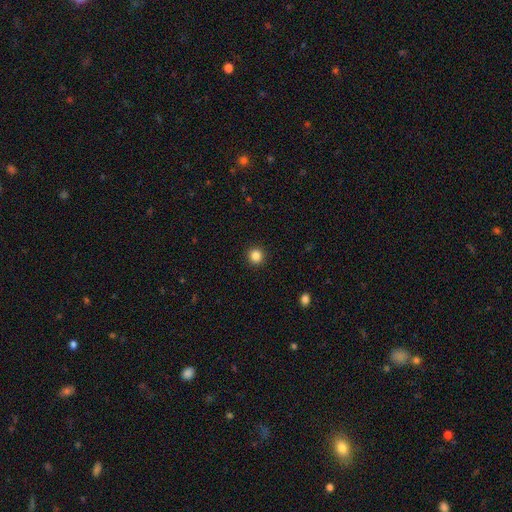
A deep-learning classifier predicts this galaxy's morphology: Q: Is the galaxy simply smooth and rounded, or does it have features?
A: smooth — 85%.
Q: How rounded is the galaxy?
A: round — 94%.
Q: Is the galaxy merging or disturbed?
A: none — 93%.